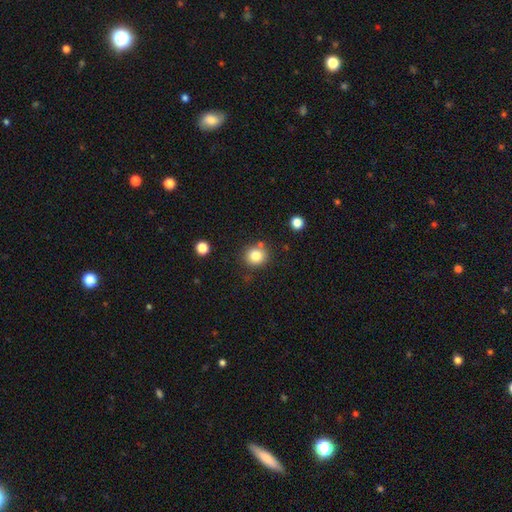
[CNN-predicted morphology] Smooth or featured? Predicted: smooth (p=0.82). How rounded? Predicted: round (p=0.86). Merging? Predicted: none (p=0.79).